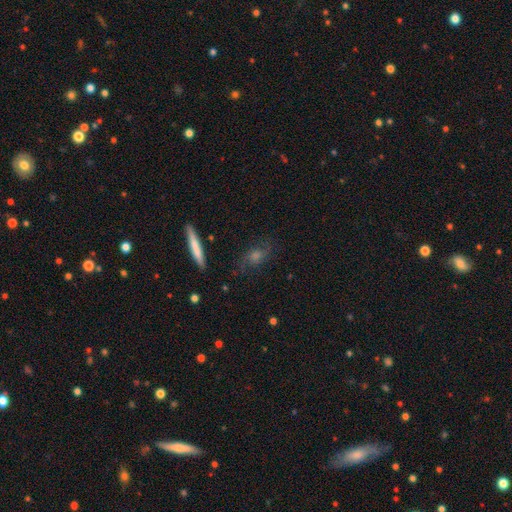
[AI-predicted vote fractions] The model was most divided on "smooth or featured": featured or disk: 50%, smooth: 35%, star or artifact: 15%. More confident: merging — none (74%).